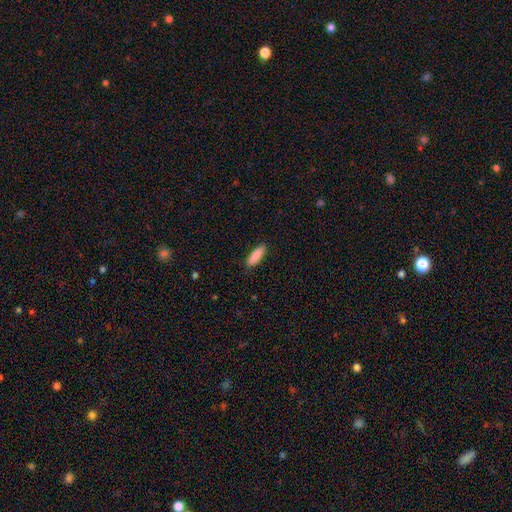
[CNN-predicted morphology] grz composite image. It shows a smooth galaxy with no disk features (87%) that is cigar-shaped (58%). Merging: none (88%).